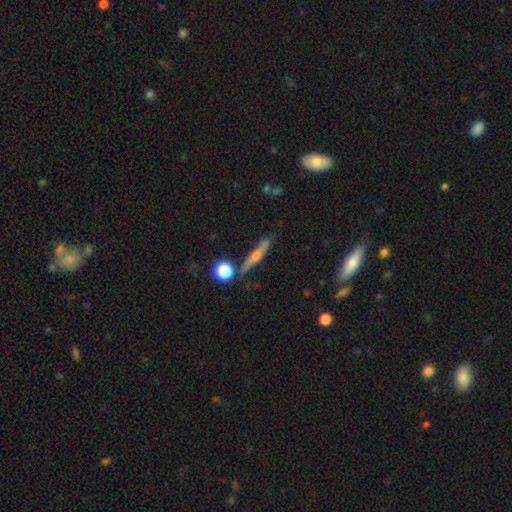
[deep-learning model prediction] A featured or disk galaxy (65%) viewed edge-on (94%) with a rounded central bulge (86%). Merging: none (80%).